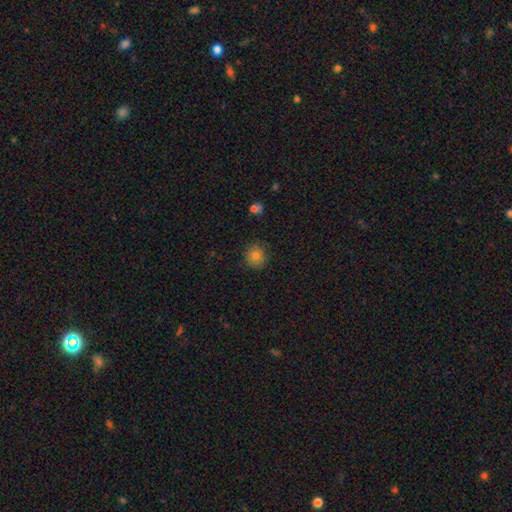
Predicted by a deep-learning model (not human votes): smooth-or-featured: smooth: 82% | star or artifact: 12% | featured or disk: 6%
  how-rounded: round: 92% | in between: 7% | cigar-shaped: 1%
  merging: none: 88% | minor disturbance: 9% | major disturbance: 2% | merger: 1%